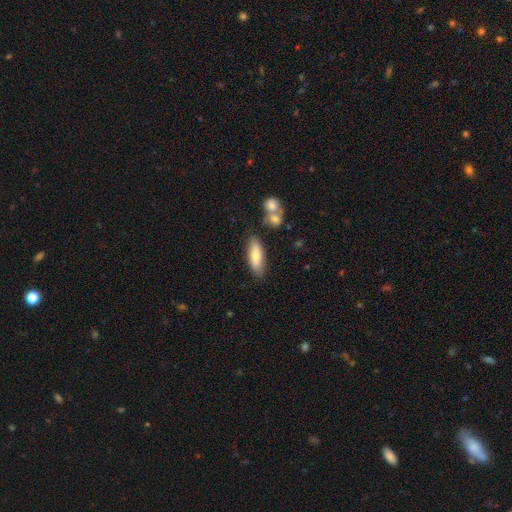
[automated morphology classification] Smooth or featured? smooth (74%)
How rounded? in between (58%)
Merging? none (79%)